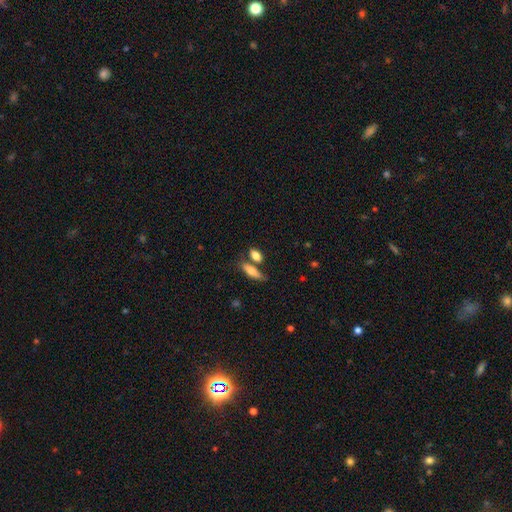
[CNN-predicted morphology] A smooth galaxy with no disk features (79%) that is in between round and cigar-shaped (75%). Merging: none (54%).